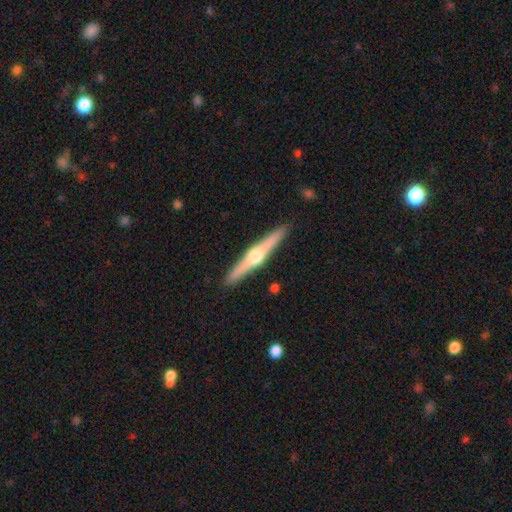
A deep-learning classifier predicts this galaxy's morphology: smooth-or-featured: featured or disk: 74% | smooth: 21% | star or artifact: 5%
  disk-edge-on: yes: 98% | no: 2%
    edge-on-bulge: rounded: 94% | boxy: 3% | none: 2%
  merging: none: 91% | minor disturbance: 6% | major disturbance: 1% | merger: 1%